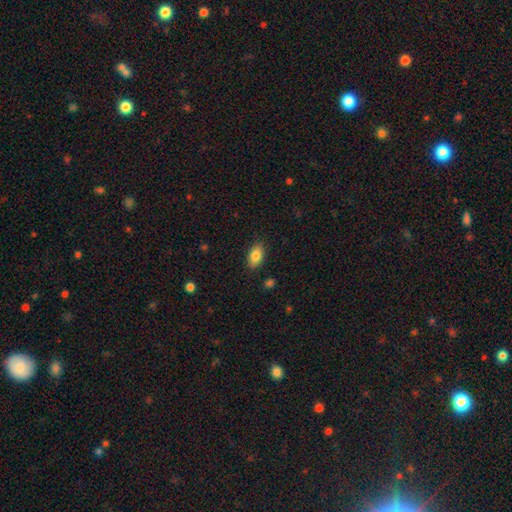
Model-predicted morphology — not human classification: smooth-or-featured: smooth: 84% | featured or disk: 8% | star or artifact: 7%
  how-rounded: in between: 91% | round: 7% | cigar-shaped: 3%
  merging: none: 87% | minor disturbance: 9% | major disturbance: 2% | merger: 1%